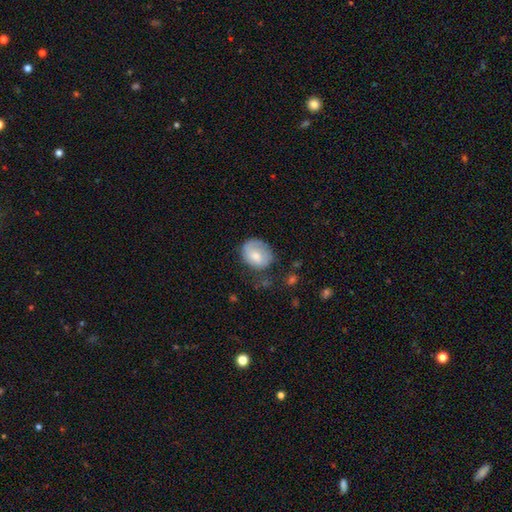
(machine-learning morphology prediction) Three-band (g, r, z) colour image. It shows a smooth galaxy with no disk features (62%) that is round (57%). Merging: none (53%).